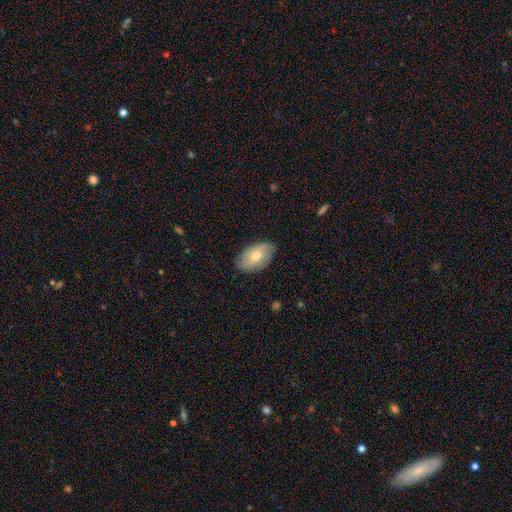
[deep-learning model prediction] This appears to be a smooth galaxy with no disk features (62%) that is in between round and cigar-shaped (93%). Merging: none (81%).